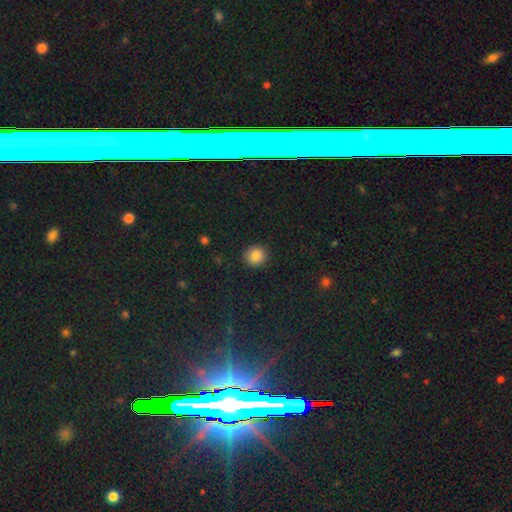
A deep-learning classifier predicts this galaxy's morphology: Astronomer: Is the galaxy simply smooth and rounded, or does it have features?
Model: smooth — 86%.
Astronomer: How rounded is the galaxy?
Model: round — 85%.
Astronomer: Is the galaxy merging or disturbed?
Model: none — 91%.